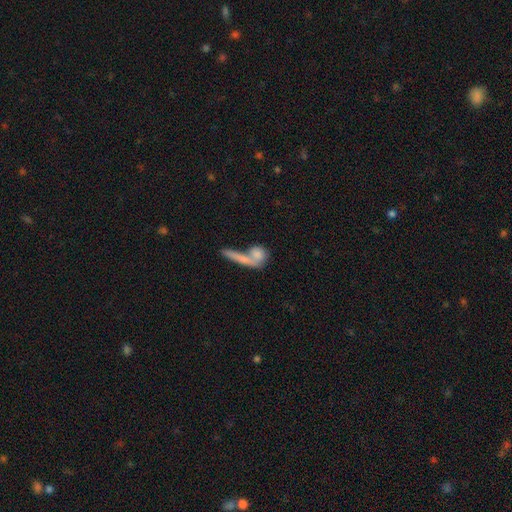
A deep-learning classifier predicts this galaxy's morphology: This appears to be a smooth galaxy with no disk features (72%) that is round (39%). Merging: none (42%).